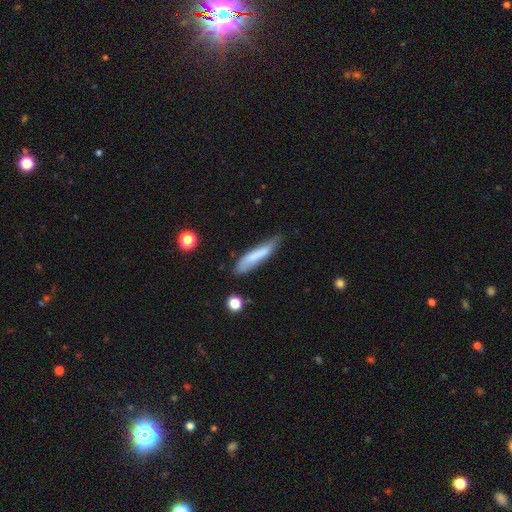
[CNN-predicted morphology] A smooth galaxy with no disk features (69%) that is cigar-shaped (83%).

Vote fractions:
- Smooth or featured? smooth: 69% / featured or disk: 23% / star or artifact: 7%
- How rounded? cigar-shaped: 83% / in between: 16% / round: 2%
- Merging? none: 56% / minor disturbance: 32% / major disturbance: 8% / merger: 4%